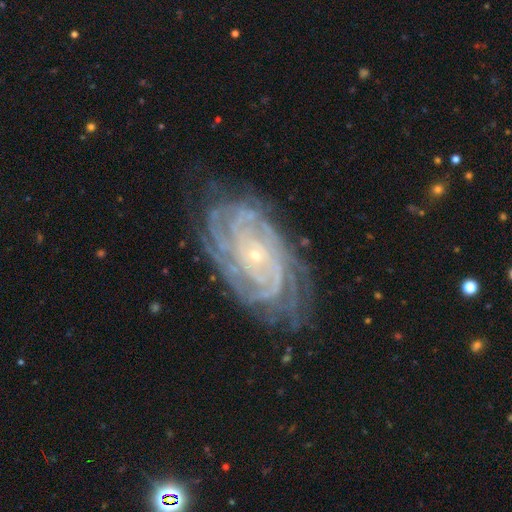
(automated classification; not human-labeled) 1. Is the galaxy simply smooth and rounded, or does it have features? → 90% featured or disk, 6% star or artifact, 4% smooth.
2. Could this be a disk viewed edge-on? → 96% no, 4% yes.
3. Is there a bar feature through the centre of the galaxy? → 75% no, 17% weak, 8% strong.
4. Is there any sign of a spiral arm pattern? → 98% yes, 2% no.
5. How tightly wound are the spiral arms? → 82% tight, 15% medium, 3% loose.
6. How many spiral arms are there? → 25% 4, 21% more than 4, 20% can't tell, 14% 3, 12% 2, 8% 1.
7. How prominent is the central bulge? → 87% small, 10% moderate, 2% none, 1% large, 1% dominant.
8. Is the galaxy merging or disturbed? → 76% none, 17% minor disturbance, 6% major disturbance, 1% merger.